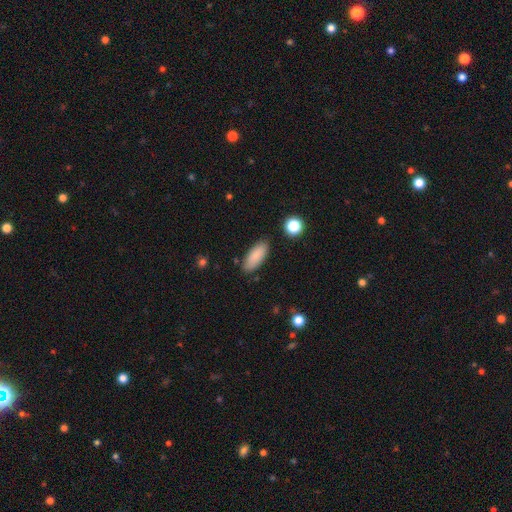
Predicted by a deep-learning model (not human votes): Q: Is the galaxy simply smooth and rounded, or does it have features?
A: smooth — 86%.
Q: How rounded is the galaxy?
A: in between — 76%.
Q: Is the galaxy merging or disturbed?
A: none — 85%.